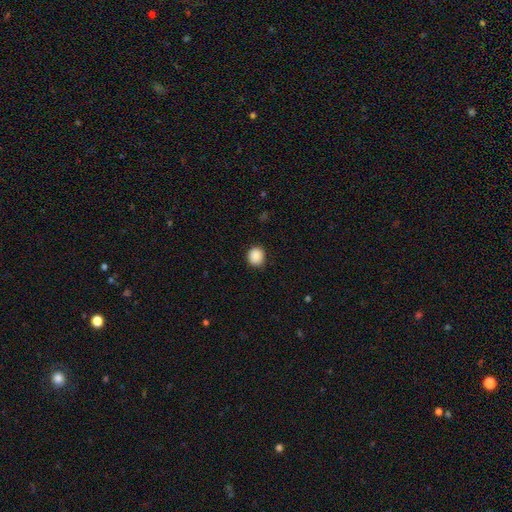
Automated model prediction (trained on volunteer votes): A smooth galaxy with no disk features (89%) that is round (84%). Merging: none (88%).